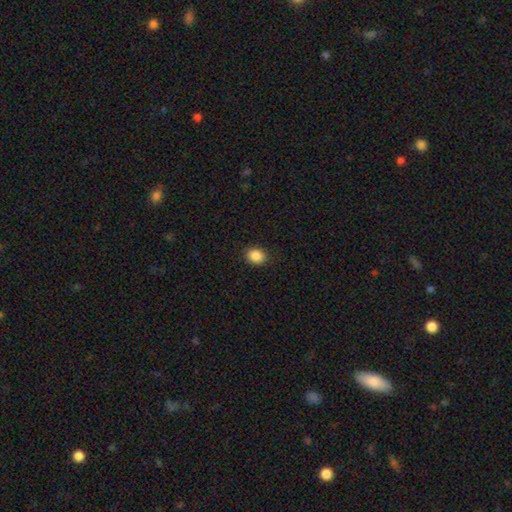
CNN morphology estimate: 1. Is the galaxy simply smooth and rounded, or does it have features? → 88% smooth, 9% star or artifact, 3% featured or disk.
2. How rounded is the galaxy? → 52% round, 47% in between, 1% cigar-shaped.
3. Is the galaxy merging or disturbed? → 90% none, 7% minor disturbance, 2% major disturbance, 1% merger.